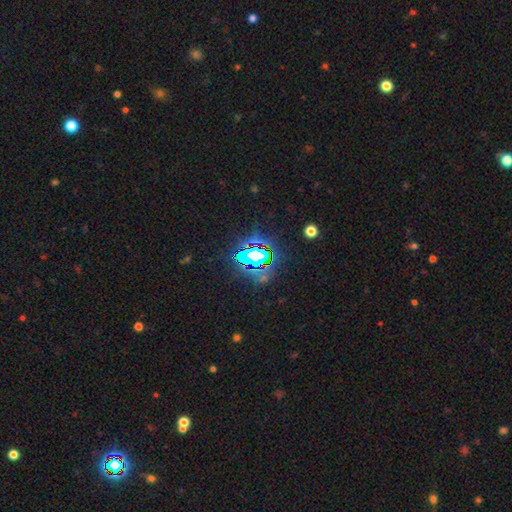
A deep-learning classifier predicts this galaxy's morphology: star or artifact 72%, smooth 15%, featured or disk 13%.